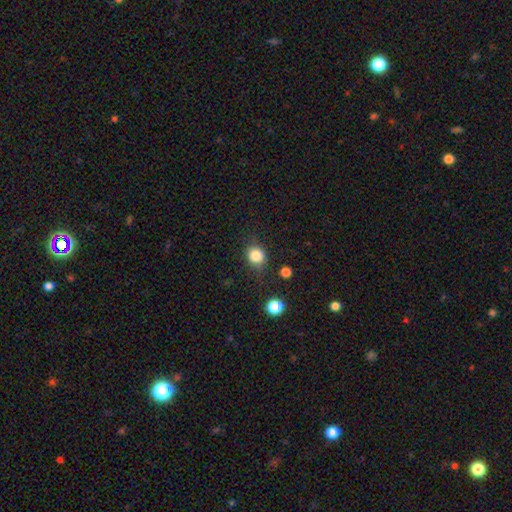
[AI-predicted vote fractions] Overall: smooth (83%). How rounded: round (71%). Merging: none (75%).